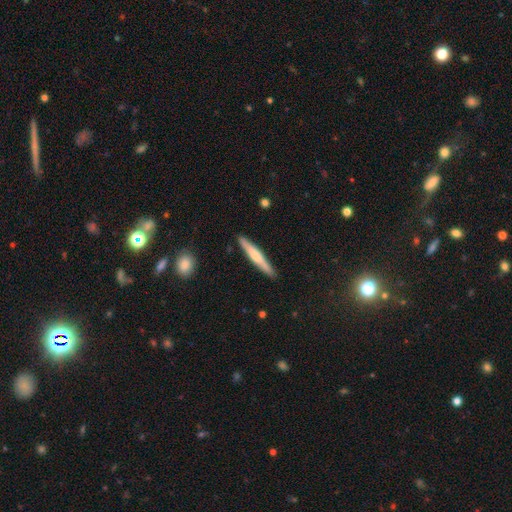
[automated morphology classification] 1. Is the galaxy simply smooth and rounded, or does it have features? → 49% smooth, 46% featured or disk, 5% star or artifact.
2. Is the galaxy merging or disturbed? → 90% none, 7% minor disturbance, 1% major disturbance, 1% merger.